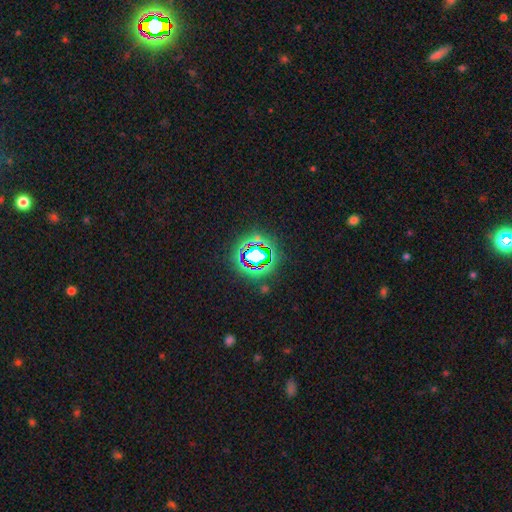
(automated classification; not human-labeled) This is likely a star or artifact rather than a galaxy (67%).